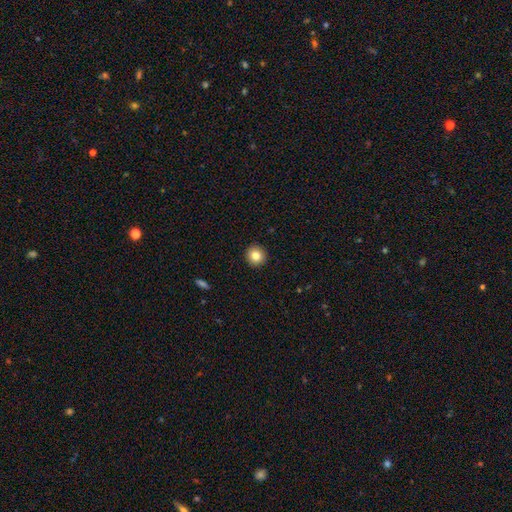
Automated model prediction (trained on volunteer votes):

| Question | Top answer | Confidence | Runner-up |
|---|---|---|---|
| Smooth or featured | smooth | 82% | star or artifact (10%) |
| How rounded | round | 93% | in between (6%) |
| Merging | none | 93% | minor disturbance (5%) |